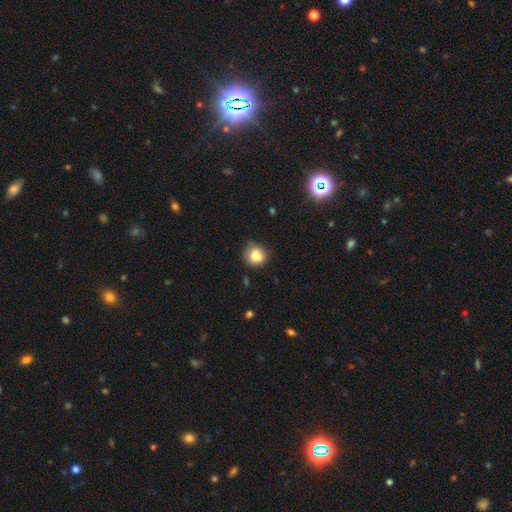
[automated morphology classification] Q: Smooth or featured?
A: smooth (79%); runner-up: featured or disk (11%)
Q: How rounded?
A: round (82%); runner-up: in between (17%)
Q: Merging?
A: none (63%); runner-up: minor disturbance (25%)